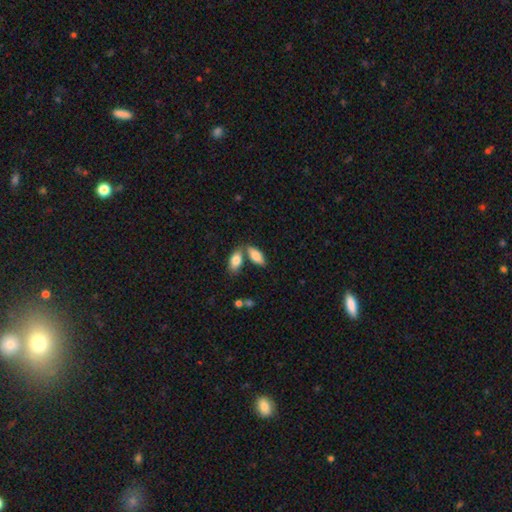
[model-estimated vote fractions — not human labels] Smooth or featured: smooth — 83% (featured or disk — 11%)
How rounded: in between — 83% (cigar-shaped — 15%)
Merging: none — 52% (merger — 34%)